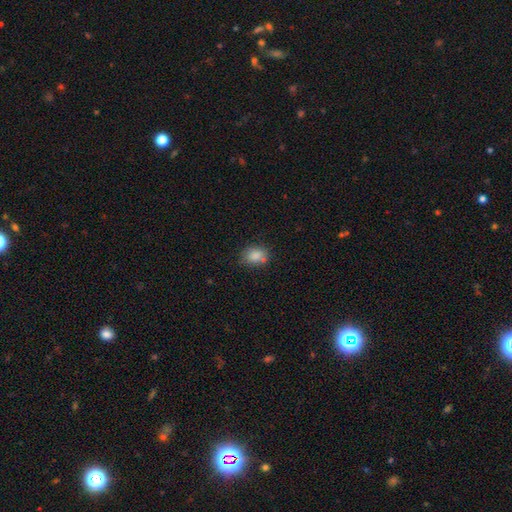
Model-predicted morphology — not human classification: Q: Smooth or featured?
A: smooth (83%); runner-up: star or artifact (10%)
Q: How rounded?
A: in between (61%); runner-up: round (38%)
Q: Merging?
A: none (62%); runner-up: minor disturbance (22%)